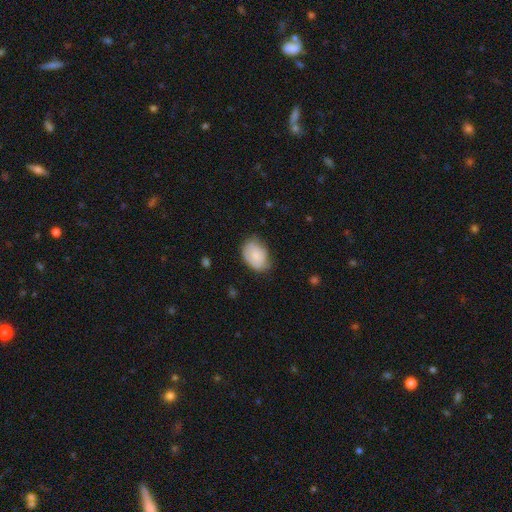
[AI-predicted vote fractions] Smooth or featured: smooth — 77% (featured or disk — 16%)
How rounded: in between — 81% (round — 18%)
Merging: none — 58% (minor disturbance — 33%)